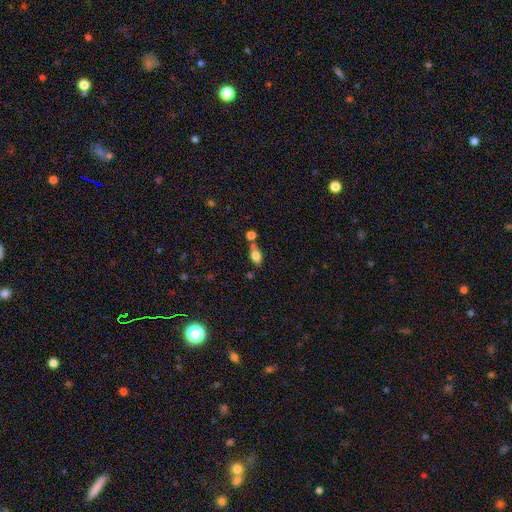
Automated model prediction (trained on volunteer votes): A smooth galaxy with no disk features (76%) that is in between round and cigar-shaped (82%).

Vote fractions:
- Smooth or featured? smooth: 76% / featured or disk: 14% / star or artifact: 10%
- How rounded? in between: 82% / round: 11% / cigar-shaped: 8%
- Merging? none: 54% / merger: 27% / minor disturbance: 15% / major disturbance: 5%